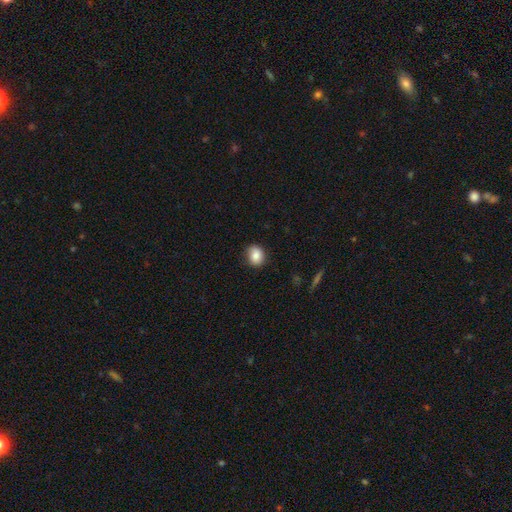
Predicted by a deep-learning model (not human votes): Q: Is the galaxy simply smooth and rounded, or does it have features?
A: smooth — 83%.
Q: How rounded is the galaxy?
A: round — 66%.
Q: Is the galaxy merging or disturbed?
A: none — 81%.